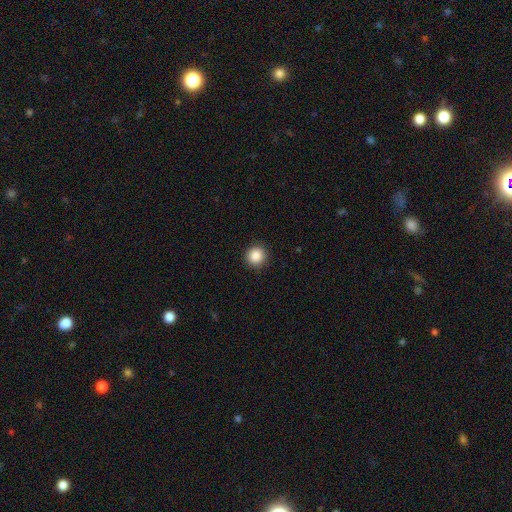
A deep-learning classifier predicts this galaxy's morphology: Q: Smooth or featured?
A: smooth (88%); runner-up: star or artifact (10%)
Q: How rounded?
A: round (94%); runner-up: in between (5%)
Q: Merging?
A: none (92%); runner-up: minor disturbance (5%)